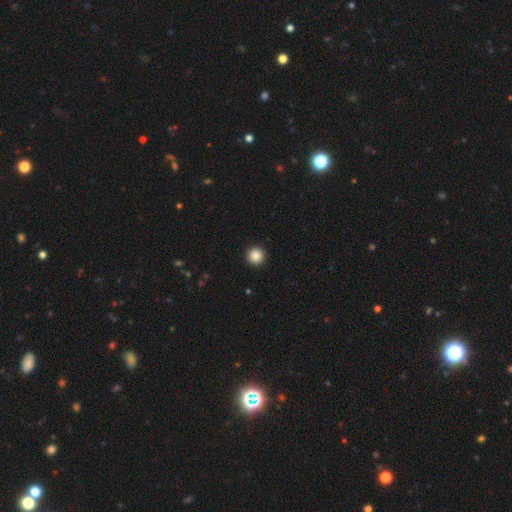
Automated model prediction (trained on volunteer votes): Morphology: type=smooth (87%); roundness=round (96%); merging=none (93%).